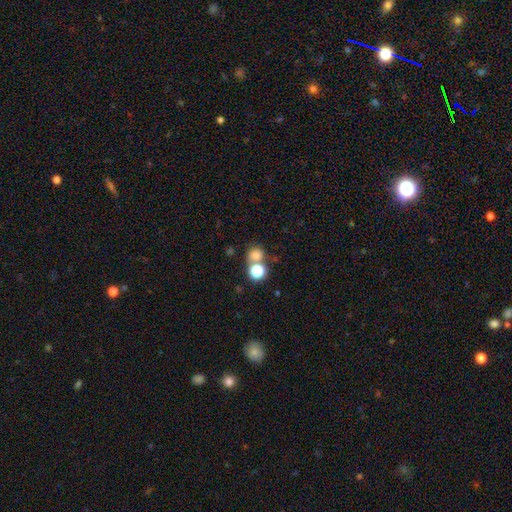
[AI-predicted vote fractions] Smooth or featured?
  - smooth: 74% *
  - star or artifact: 18%
  - featured or disk: 8%
How rounded?
  - round: 82% *
  - in between: 17%
  - cigar-shaped: 1%
Merging?
  - none: 52% *
  - merger: 36%
  - minor disturbance: 8%
  - major disturbance: 4%